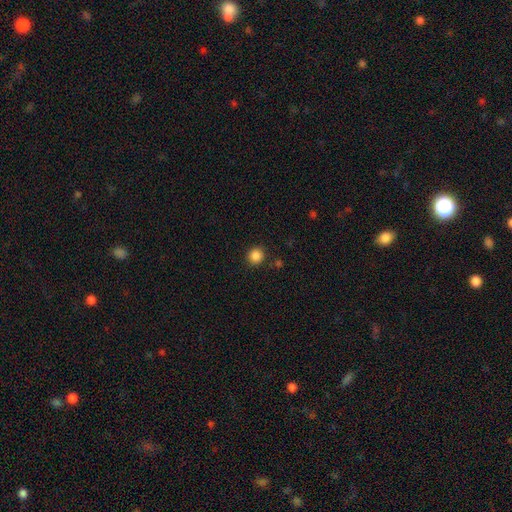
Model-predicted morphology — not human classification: Smooth or featured? smooth (86%)
How rounded? round (89%)
Merging? none (87%)